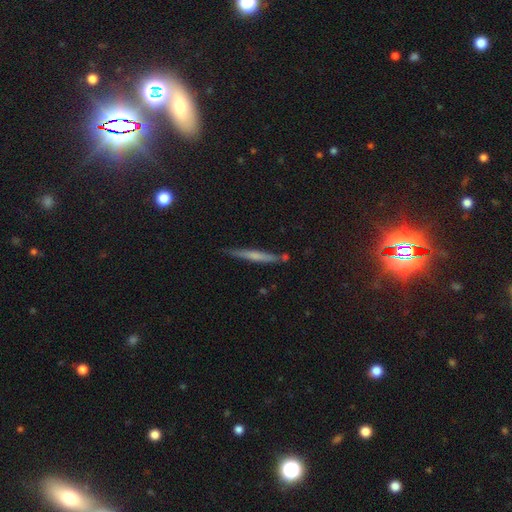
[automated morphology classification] Q: Smooth or featured?
A: smooth (46%); tied with: featured or disk (46%)
Q: Merging?
A: none (83%); runner-up: minor disturbance (11%)